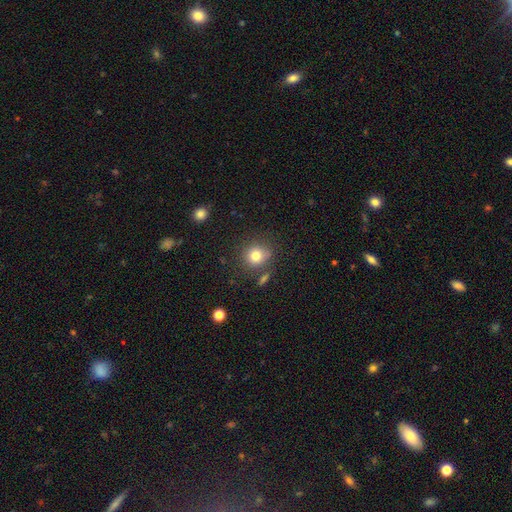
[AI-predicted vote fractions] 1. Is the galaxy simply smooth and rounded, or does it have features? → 79% smooth, 12% star or artifact, 9% featured or disk.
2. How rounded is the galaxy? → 85% round, 14% in between, 1% cigar-shaped.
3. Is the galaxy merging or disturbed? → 78% none, 12% minor disturbance, 6% merger, 4% major disturbance.